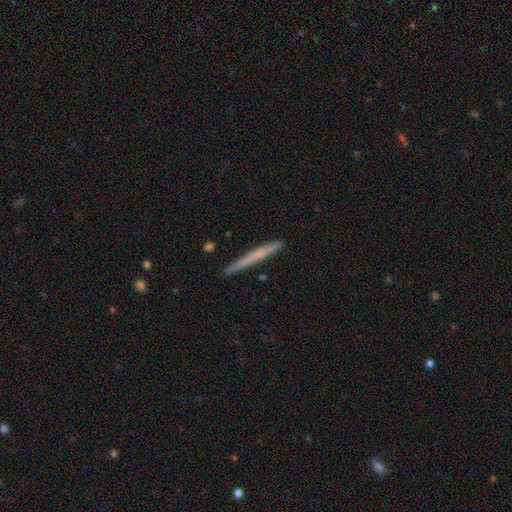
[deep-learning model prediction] This appears to be a smooth galaxy with no disk features (58%) that is cigar-shaped (97%). Merging: none (90%).